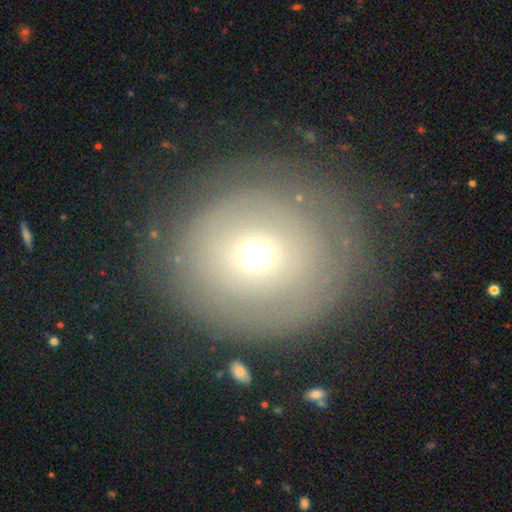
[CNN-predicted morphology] Smooth or featured: smooth — 50% (featured or disk — 38%)
How rounded: round — 87% (in between — 12%)
Merging: none — 72% (minor disturbance — 16%)